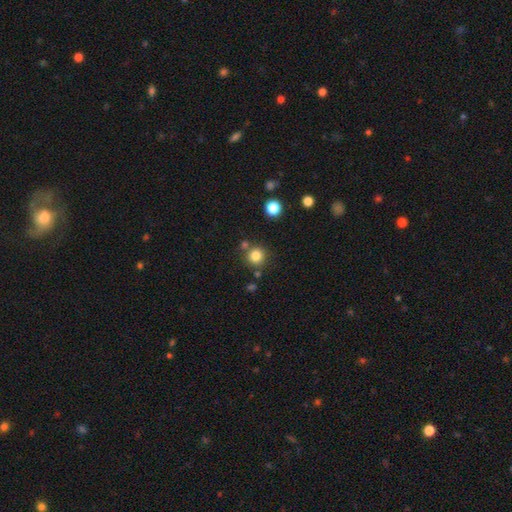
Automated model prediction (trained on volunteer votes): Smooth or featured: smooth — 82% (star or artifact — 12%)
How rounded: round — 93% (in between — 6%)
Merging: none — 78% (merger — 11%)